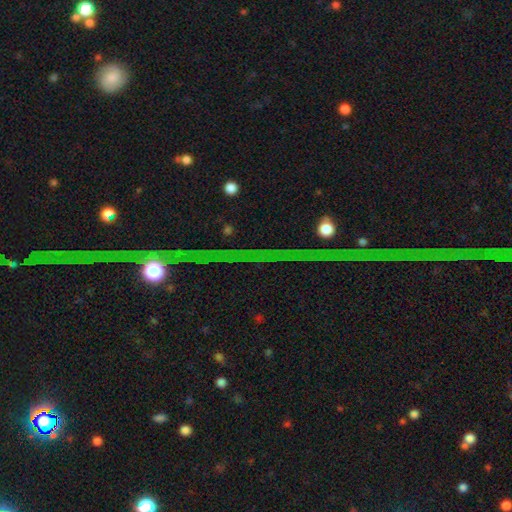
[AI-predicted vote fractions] A star or artifact, not a galaxy (82%).

Vote fractions:
- Smooth or featured? star or artifact: 82% / featured or disk: 10% / smooth: 8%